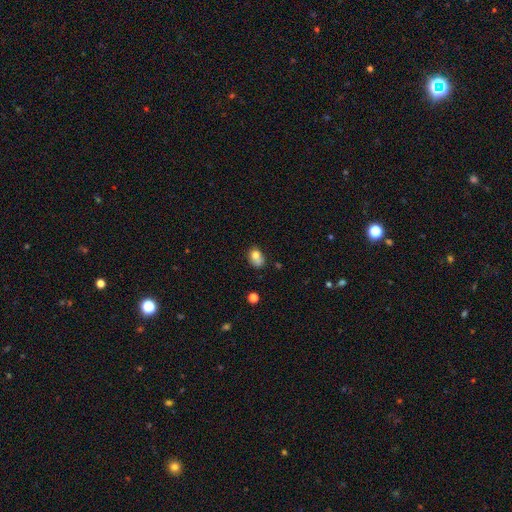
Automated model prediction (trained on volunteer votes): Smooth or featured?
  - smooth: 75% *
  - featured or disk: 14%
  - star or artifact: 11%
How rounded?
  - in between: 68% *
  - round: 30%
  - cigar-shaped: 1%
Merging?
  - none: 44% *
  - minor disturbance: 30%
  - merger: 15%
  - major disturbance: 11%